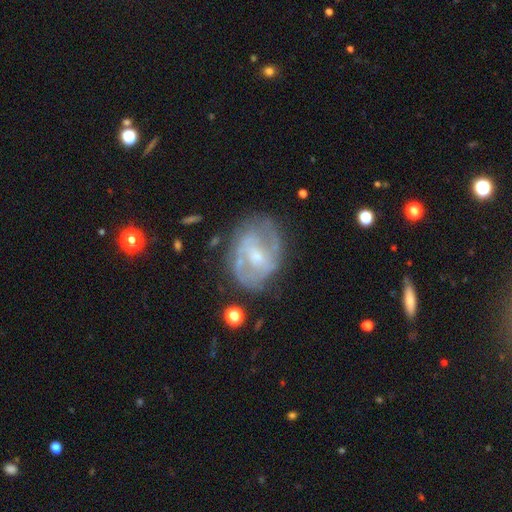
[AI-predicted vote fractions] The model was most divided on "spiral winding": medium: 45%, tight: 36%, loose: 19%. Remaining: edge-on disk — no (97%); spiral arms — yes (81%); smooth or featured — featured or disk (78%); merging — none (65%); spiral arm count — 2 (58%); bulge size — small (51%); bar — weak (48%).